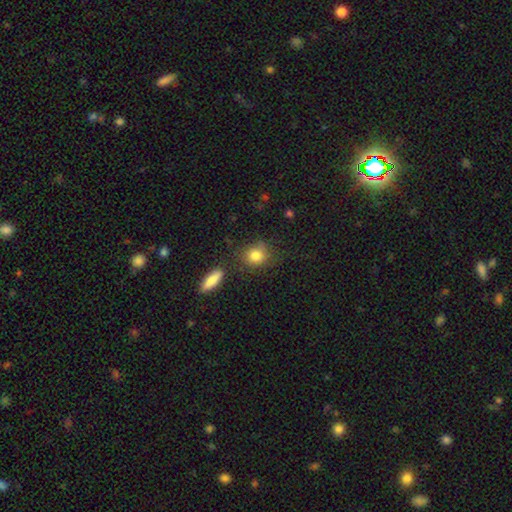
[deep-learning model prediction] This appears to be a smooth galaxy with no disk features (83%) that is round (70%). Merging: none (72%).